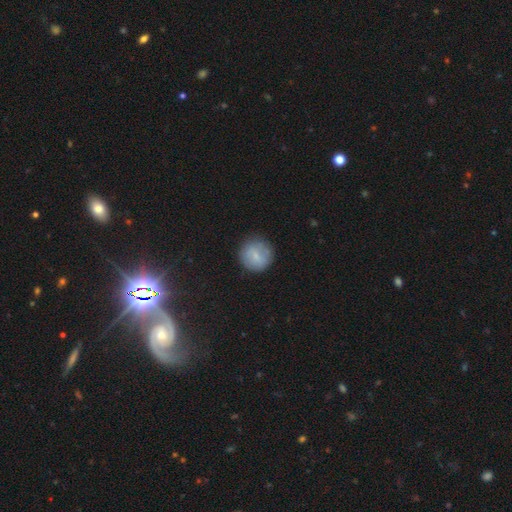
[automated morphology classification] smooth_or_featured: smooth (p=0.75) [alt: featured or disk p=0.17]
how_rounded: round (p=0.93) [alt: in between p=0.06]
merging: none (p=0.83) [alt: minor disturbance p=0.12]